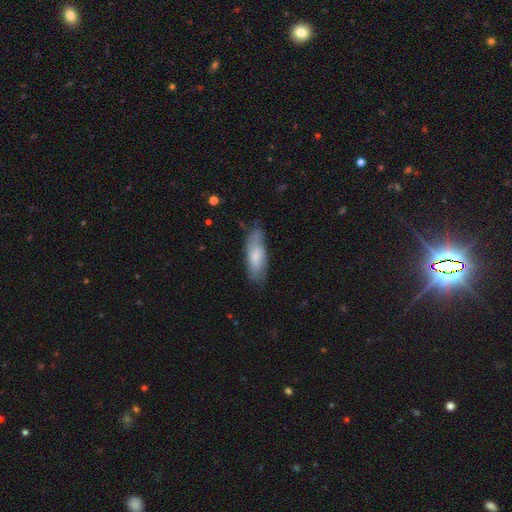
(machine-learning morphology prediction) A smooth galaxy with no disk features (61%) that is in between round and cigar-shaped (61%).

Vote fractions:
- Smooth or featured? smooth: 61% / featured or disk: 33% / star or artifact: 6%
- How rounded? in between: 61% / cigar-shaped: 37% / round: 2%
- Merging? none: 65% / minor disturbance: 27% / major disturbance: 7% / merger: 2%